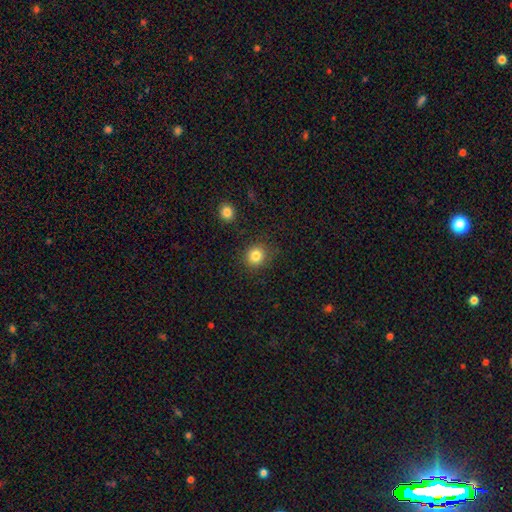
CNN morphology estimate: type=smooth (83%); roundness=round (83%); merging=none (85%).